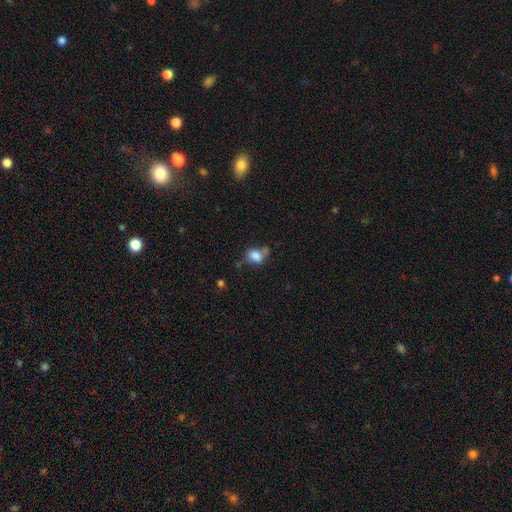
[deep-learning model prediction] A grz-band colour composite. It shows a smooth galaxy with no disk features (81%) that is in between round and cigar-shaped (57%). Merging: none (46%).